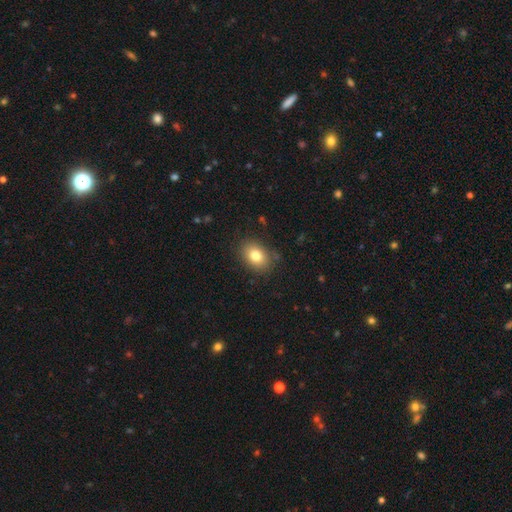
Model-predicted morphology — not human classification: Smooth or featured: smooth — 80% (featured or disk — 10%)
How rounded: in between — 69% (round — 30%)
Merging: none — 83% (minor disturbance — 12%)